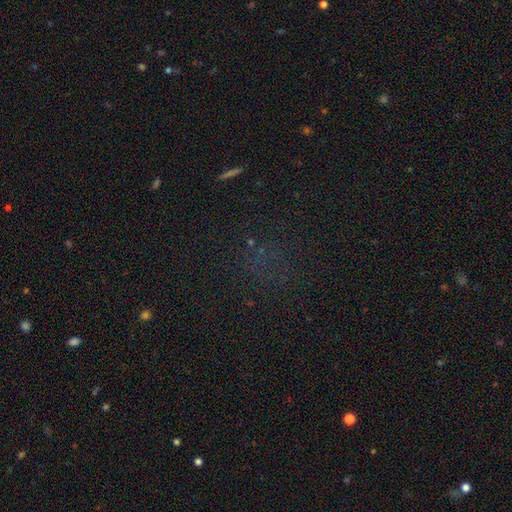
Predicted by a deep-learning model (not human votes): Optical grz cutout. It shows a star or artifact, not a galaxy (59%).